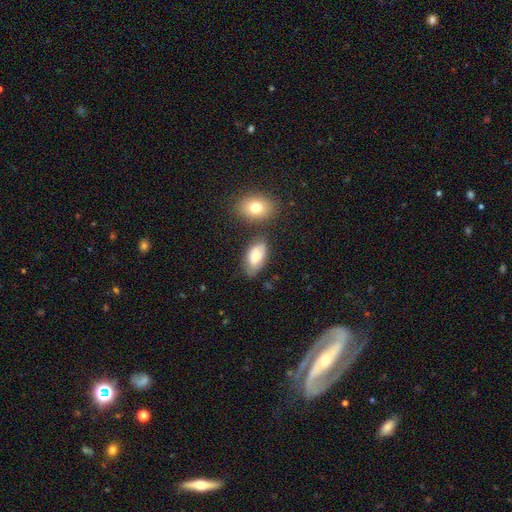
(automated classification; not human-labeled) A smooth galaxy with no disk features (74%) that is in between round and cigar-shaped (93%).

Vote fractions:
- Smooth or featured? smooth: 74% / featured or disk: 18% / star or artifact: 7%
- How rounded? in between: 93% / round: 4% / cigar-shaped: 3%
- Merging? none: 65% / minor disturbance: 21% / merger: 9% / major disturbance: 5%